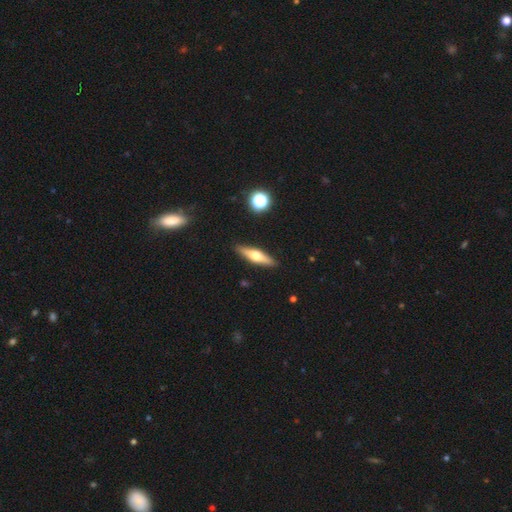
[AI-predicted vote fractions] Smooth or featured? featured or disk (53%)
Edge-on disk? yes (92%)
Merging? none (90%)